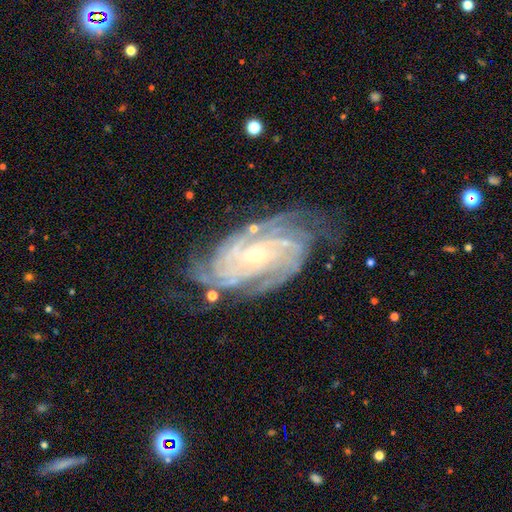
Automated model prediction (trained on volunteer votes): This appears to be a featured or disk galaxy (90%) with no bar (66%), 4 (33%) tight (75%) spiral arms (98%) and a small central bulge (79%). Merging: none (71%).